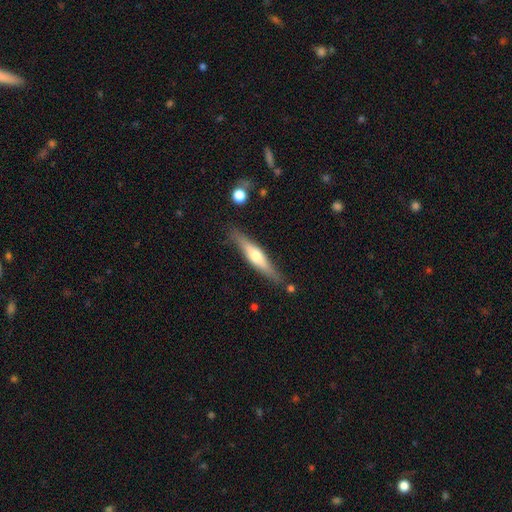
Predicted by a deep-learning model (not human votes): Smooth or featured? Predicted: featured or disk (p=0.56). Edge-on disk? Predicted: yes (p=0.94). Edge-on bulge? Predicted: rounded (p=0.87). Merging? Predicted: none (p=0.83).